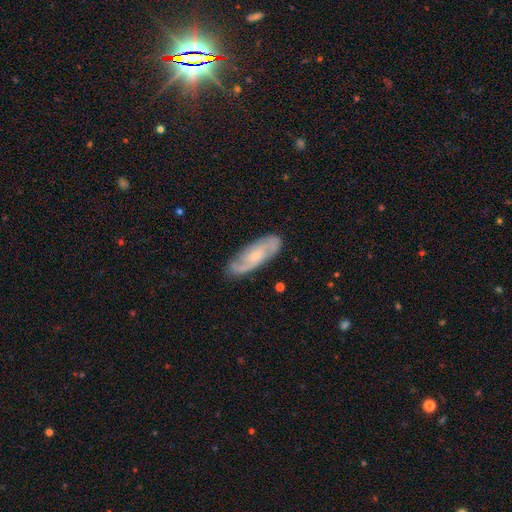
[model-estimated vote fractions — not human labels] Overall: featured or disk (72%). Edge-on disk: no (88%). Bar: no (63%; weak 31%). Spiral arms: yes (93%). Spiral arm count: 2 (69%). Spiral winding: medium (45%; tight 35%). Bulge size: small (63%; moderate 28%). Merging: none (79%).